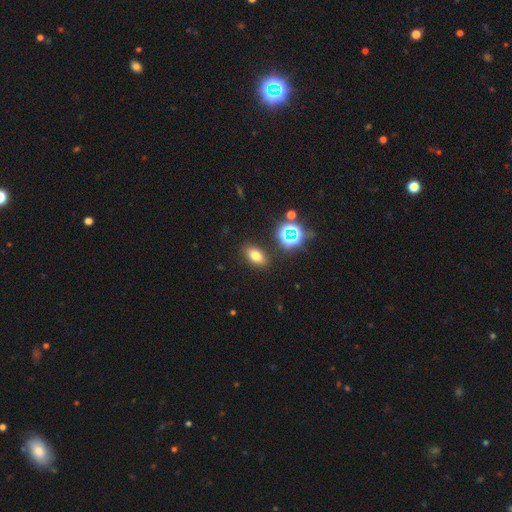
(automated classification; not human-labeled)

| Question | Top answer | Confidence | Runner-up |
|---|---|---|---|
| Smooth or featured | smooth | 68% | star or artifact (21%) |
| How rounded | in between | 80% | round (15%) |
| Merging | none | 86% | minor disturbance (8%) |